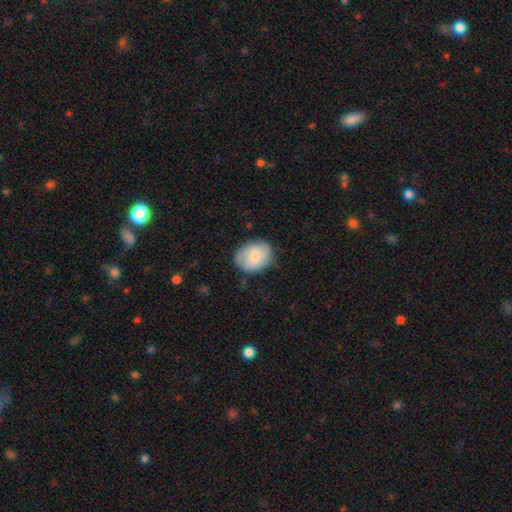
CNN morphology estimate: type=smooth (74%); roundness=in between (63%); merging=none (72%).